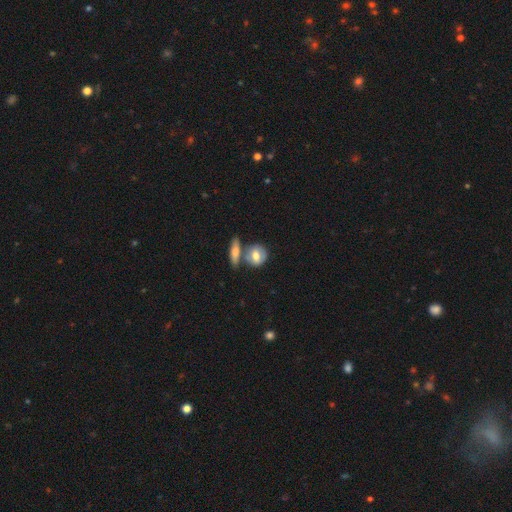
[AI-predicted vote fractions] Smooth or featured: smooth — 61% (featured or disk — 32%)
How rounded: round — 57% (in between — 38%)
Merging: none — 52% (merger — 32%)